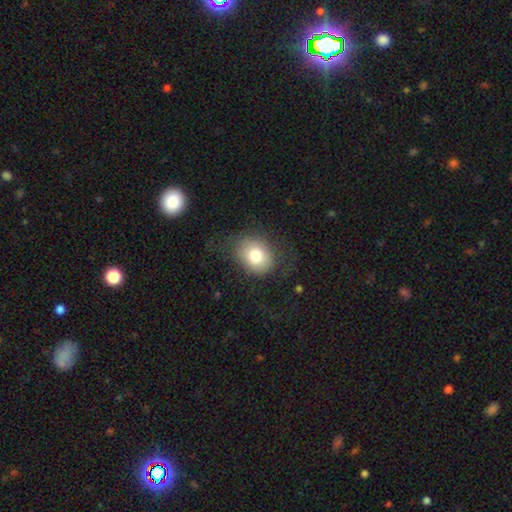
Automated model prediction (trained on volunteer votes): Smooth or featured: smooth — 76% (featured or disk — 14%)
How rounded: round — 55% (in between — 44%)
Merging: none — 72% (minor disturbance — 16%)